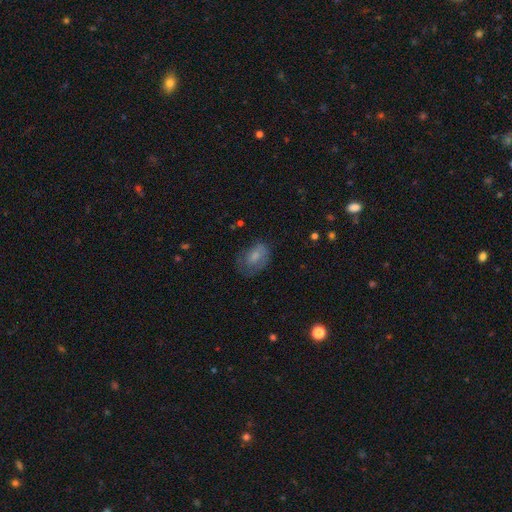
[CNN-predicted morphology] A smooth galaxy with no disk features (65%) that is in between round and cigar-shaped (80%). Merging: none (51%).